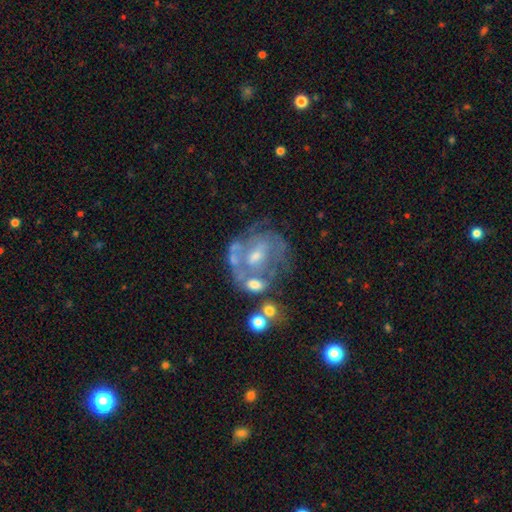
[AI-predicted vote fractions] Morphology: type=featured or disk (74%); edge-on=no (97%); bar=no (52%); spiral arms=yes (53%); bulge=small (49%); merging=none (41%).